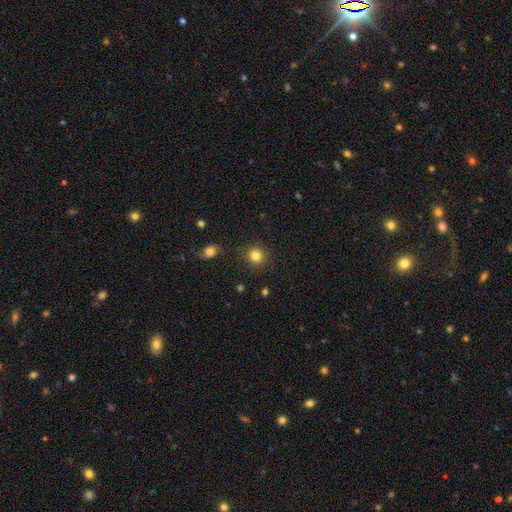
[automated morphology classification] The model was most divided on "smooth or featured": smooth: 83%, star or artifact: 12%, featured or disk: 5%. More confident: how rounded — round (89%); merging — none (89%).